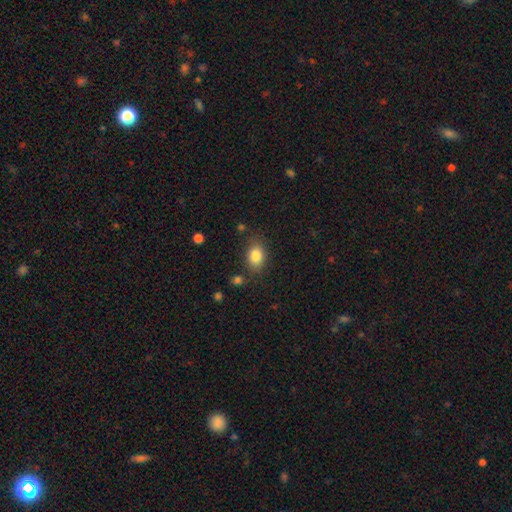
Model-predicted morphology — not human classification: Smooth or featured?
  - smooth: 84% *
  - star or artifact: 9%
  - featured or disk: 7%
How rounded?
  - in between: 75% *
  - round: 24%
  - cigar-shaped: 1%
Merging?
  - none: 77% *
  - minor disturbance: 15%
  - major disturbance: 4%
  - merger: 3%